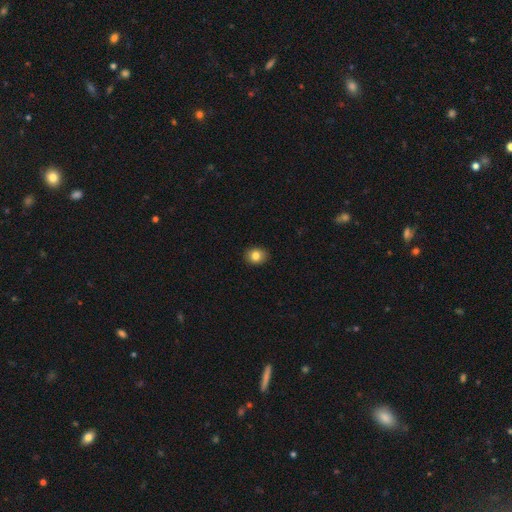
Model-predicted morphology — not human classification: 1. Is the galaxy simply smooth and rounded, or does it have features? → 83% smooth, 10% star or artifact, 8% featured or disk.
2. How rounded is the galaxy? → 57% round, 42% in between, 1% cigar-shaped.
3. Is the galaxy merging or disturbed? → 89% none, 8% minor disturbance, 2% major disturbance, 1% merger.